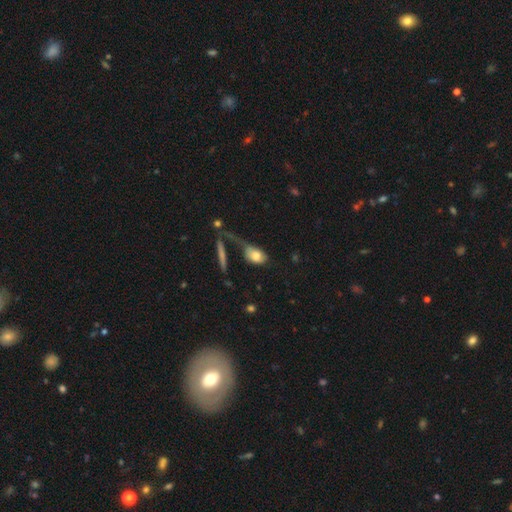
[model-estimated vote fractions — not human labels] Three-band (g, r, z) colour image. It shows a smooth galaxy with no disk features (74%) that is in between round and cigar-shaped (81%). Merging: major disturbance (34%).